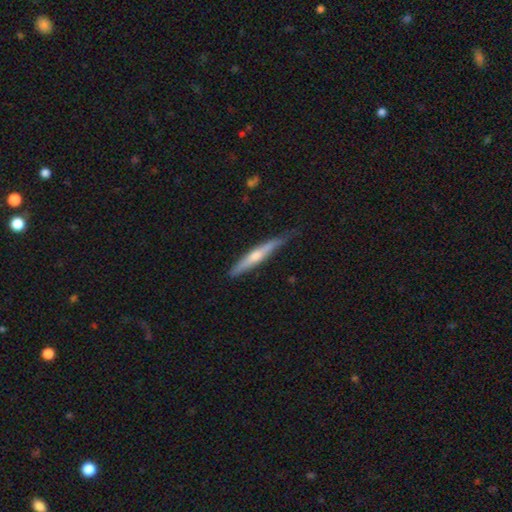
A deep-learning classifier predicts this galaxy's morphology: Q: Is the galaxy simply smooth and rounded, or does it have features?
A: featured or disk — 66%.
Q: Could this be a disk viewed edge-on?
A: yes — 96%.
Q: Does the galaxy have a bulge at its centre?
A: rounded — 81%.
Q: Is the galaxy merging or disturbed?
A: none — 82%.